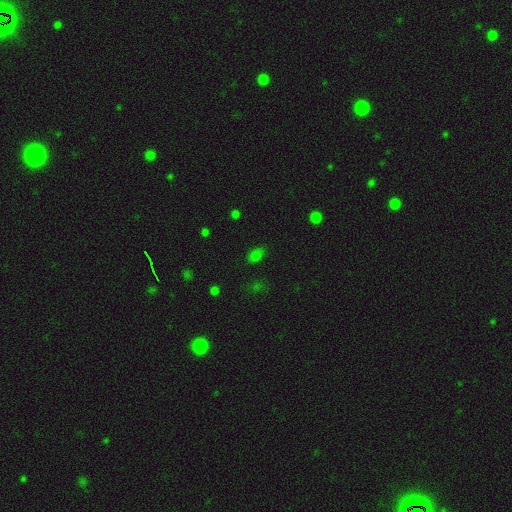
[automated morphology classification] Q: Smooth or featured?
A: smooth (72%); runner-up: star or artifact (21%)
Q: How rounded?
A: in between (82%); runner-up: round (15%)
Q: Merging?
A: none (79%); runner-up: minor disturbance (14%)